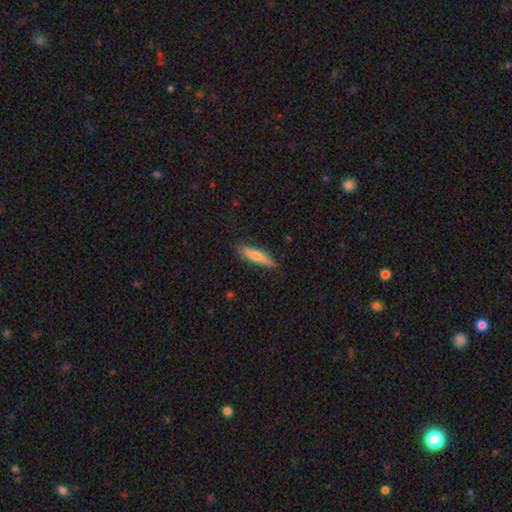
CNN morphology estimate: A smooth galaxy with no disk features (67%) that is cigar-shaped (83%).

Vote fractions:
- Smooth or featured? smooth: 67% / featured or disk: 27% / star or artifact: 6%
- How rounded? cigar-shaped: 83% / in between: 15% / round: 2%
- Merging? none: 86% / minor disturbance: 11% / major disturbance: 2% / merger: 1%